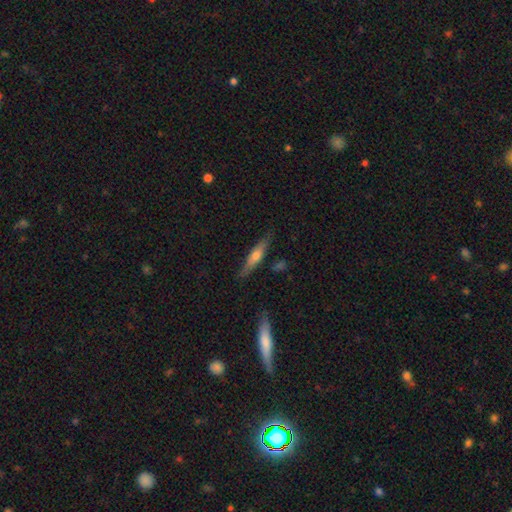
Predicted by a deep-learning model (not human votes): smooth-or-featured: featured or disk: 49% | smooth: 44% | star or artifact: 6%
  merging: none: 82% | minor disturbance: 13% | merger: 3% | major disturbance: 2%